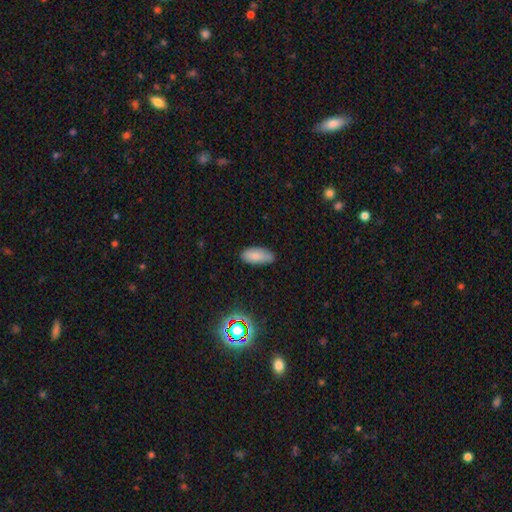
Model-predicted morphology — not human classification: smooth-or-featured: smooth: 82% | star or artifact: 9% | featured or disk: 9%
  how-rounded: in between: 88% | cigar-shaped: 9% | round: 2%
  merging: none: 77% | minor disturbance: 19% | major disturbance: 3% | merger: 1%